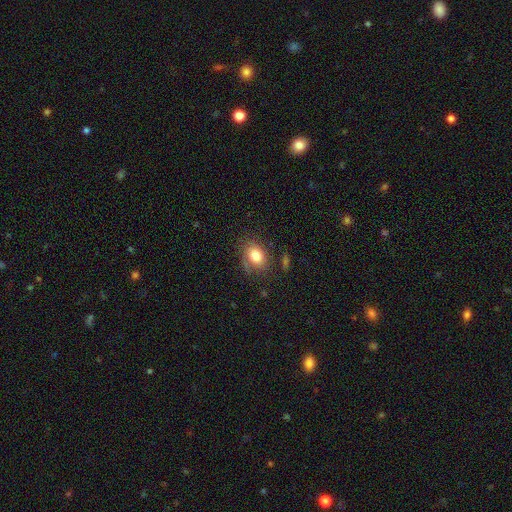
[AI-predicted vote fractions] smooth-or-featured: smooth: 79% | featured or disk: 12% | star or artifact: 9%
  how-rounded: in between: 68% | round: 31% | cigar-shaped: 1%
  merging: none: 69% | minor disturbance: 20% | major disturbance: 7% | merger: 4%